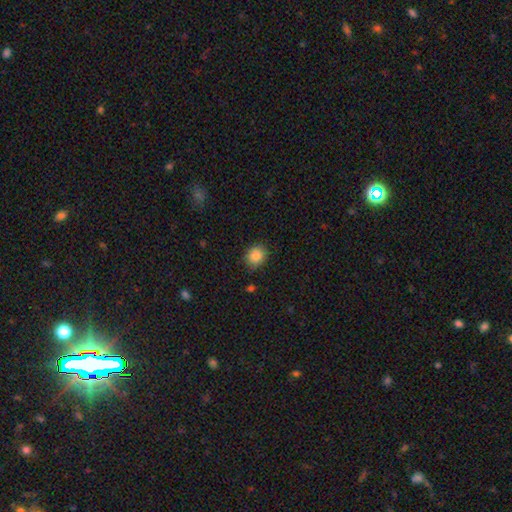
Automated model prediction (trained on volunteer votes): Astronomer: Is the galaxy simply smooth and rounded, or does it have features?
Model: smooth — 85%.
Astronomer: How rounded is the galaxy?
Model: round — 72%.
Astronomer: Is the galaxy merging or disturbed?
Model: none — 83%.